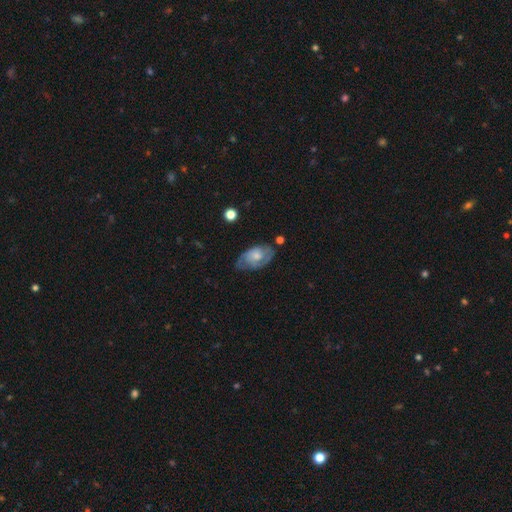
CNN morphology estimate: This is likely a featured or disk galaxy (68%). It is clearly not viewed edge-on (94%). Bar: likely no (73%). Spiral arm pattern: clearly yes (85%). Spiral arm count: possibly 2 (56%). Spiral winding: possibly tight (46%). Central bulge: possibly moderate (48%). Merging: likely none (62%).